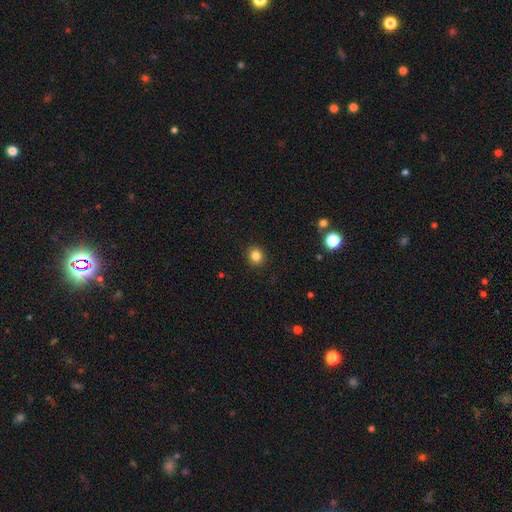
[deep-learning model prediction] Smooth or featured: smooth — 84% (star or artifact — 12%)
How rounded: round — 83% (in between — 17%)
Merging: none — 91% (minor disturbance — 6%)